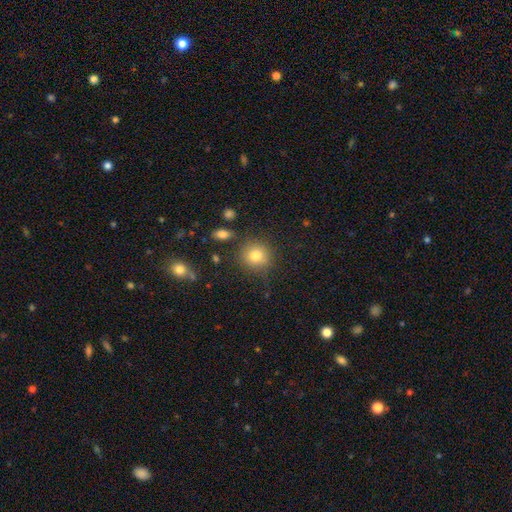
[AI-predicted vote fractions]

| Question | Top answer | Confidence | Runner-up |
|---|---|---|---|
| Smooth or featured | smooth | 79% | star or artifact (11%) |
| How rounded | round | 88% | in between (11%) |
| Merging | none | 82% | minor disturbance (11%) |